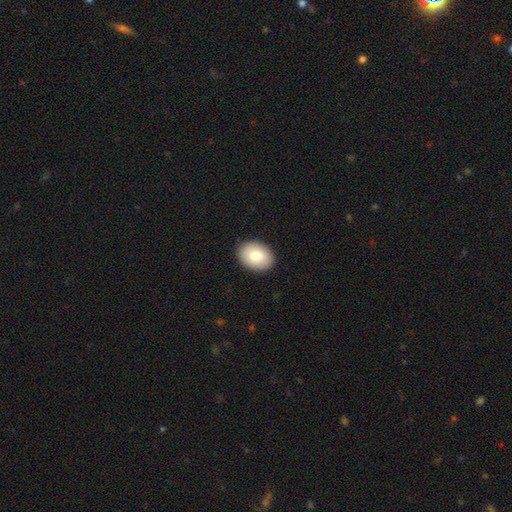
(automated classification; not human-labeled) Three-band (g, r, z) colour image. It shows a smooth galaxy with no disk features (87%) that is in between round and cigar-shaped (81%). Merging: none (89%).